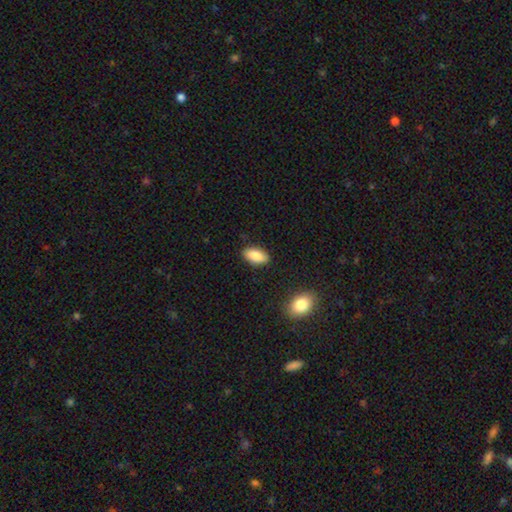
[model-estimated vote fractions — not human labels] Overall: smooth (86%). How rounded: in between (92%). Merging: none (87%).